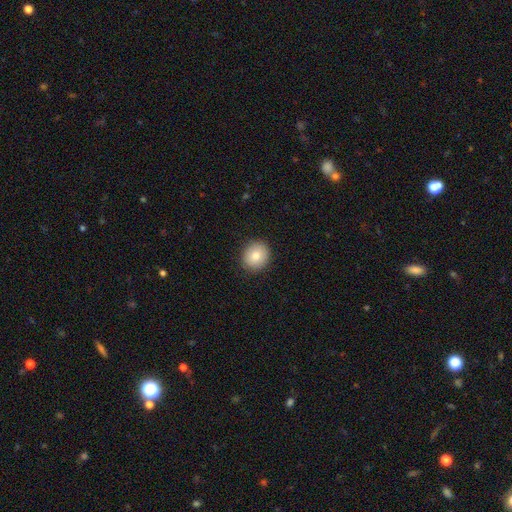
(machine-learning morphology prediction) This is clearly a smooth galaxy (82%). How rounded: likely round (79%). Merging: clearly none (90%).